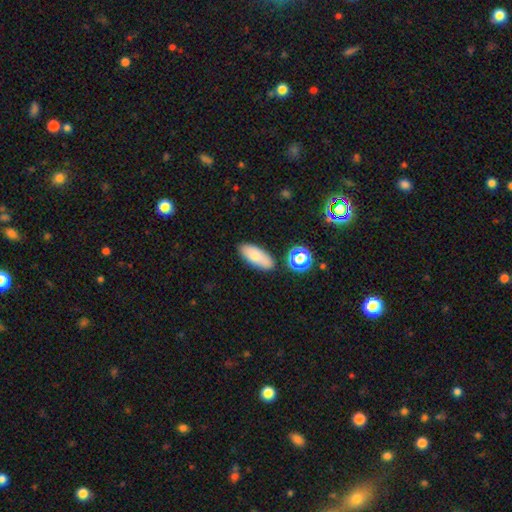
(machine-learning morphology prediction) smooth_or_featured: smooth (p=0.79) [alt: featured or disk p=0.12]
how_rounded: in between (p=0.81) [alt: cigar-shaped p=0.16]
merging: none (p=0.79) [alt: minor disturbance p=0.12]